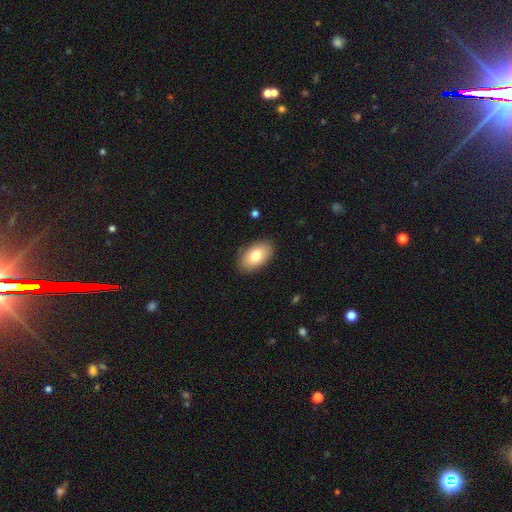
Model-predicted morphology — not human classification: A smooth galaxy with no disk features (78%) that is in between round and cigar-shaped (93%).

Vote fractions:
- Smooth or featured? smooth: 78% / featured or disk: 15% / star or artifact: 7%
- How rounded? in between: 93% / round: 6% / cigar-shaped: 1%
- Merging? none: 87% / minor disturbance: 9% / major disturbance: 2% / merger: 1%